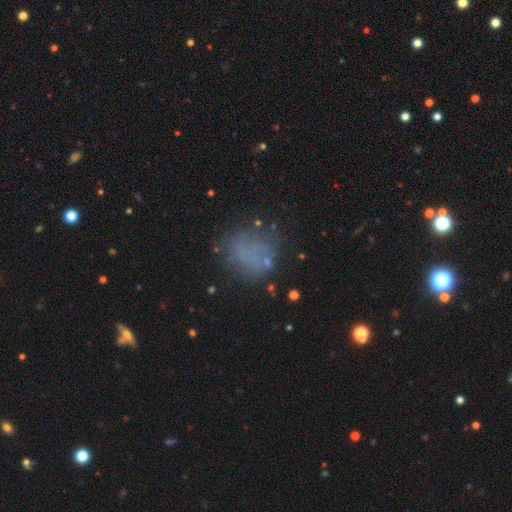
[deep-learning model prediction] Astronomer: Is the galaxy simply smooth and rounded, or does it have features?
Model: smooth — 56%.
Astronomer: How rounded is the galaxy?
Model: round — 72%.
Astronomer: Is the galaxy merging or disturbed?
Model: none — 64%.